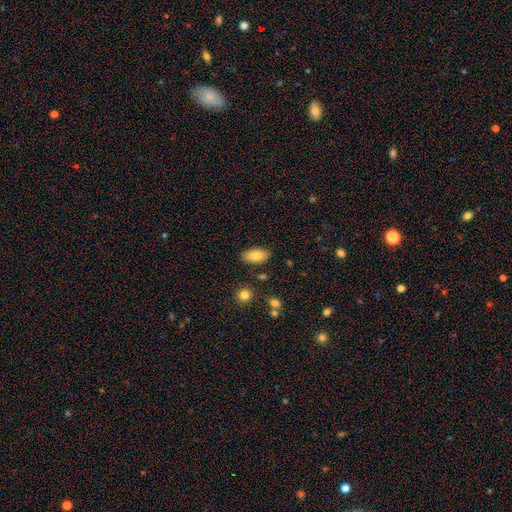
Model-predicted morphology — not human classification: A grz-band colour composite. It shows a smooth galaxy with no disk features (83%) that is in between round and cigar-shaped (93%). Merging: none (83%).